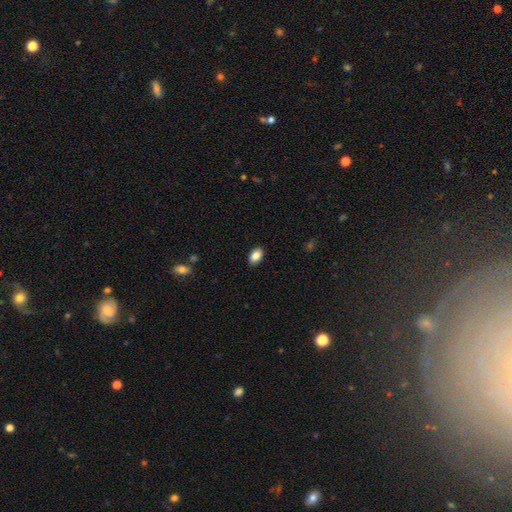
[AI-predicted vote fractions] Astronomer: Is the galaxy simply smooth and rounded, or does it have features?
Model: smooth — 87%.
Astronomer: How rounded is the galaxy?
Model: in between — 87%.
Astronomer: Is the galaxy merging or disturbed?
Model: none — 89%.